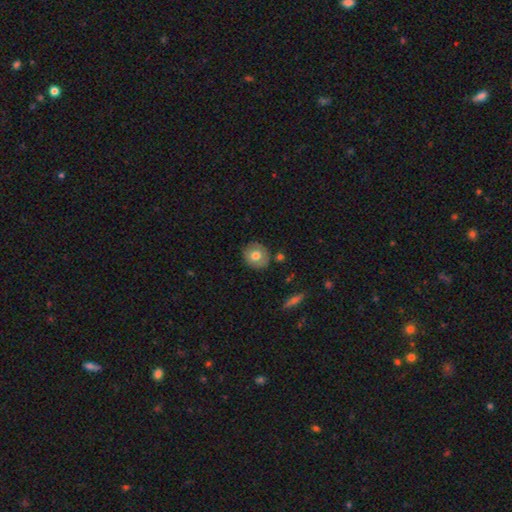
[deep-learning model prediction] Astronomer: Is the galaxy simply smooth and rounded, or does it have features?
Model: smooth — 70%.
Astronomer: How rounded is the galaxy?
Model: round — 81%.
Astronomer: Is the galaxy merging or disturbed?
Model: none — 84%.